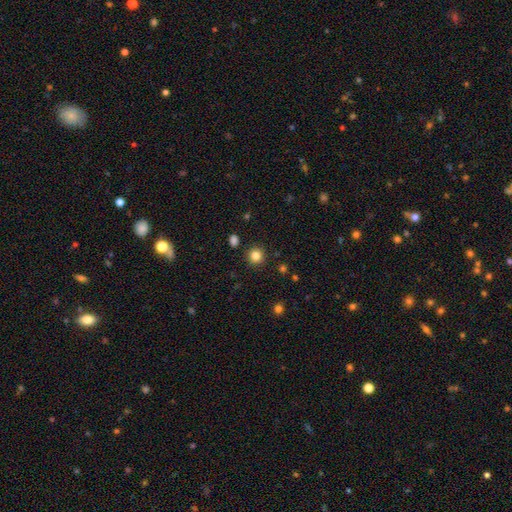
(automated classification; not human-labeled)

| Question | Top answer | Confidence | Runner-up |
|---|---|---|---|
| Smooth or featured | smooth | 83% | star or artifact (12%) |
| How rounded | round | 93% | in between (6%) |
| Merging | none | 91% | minor disturbance (5%) |